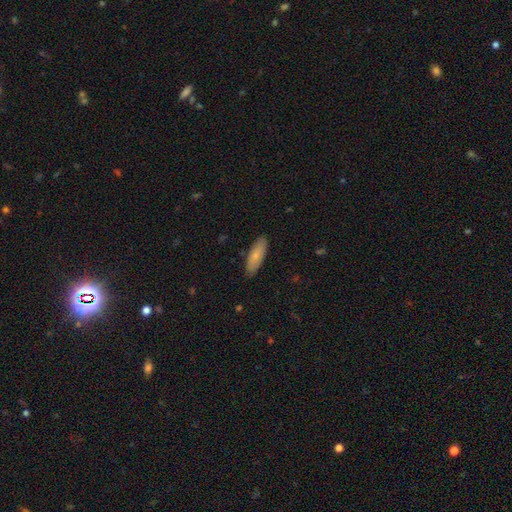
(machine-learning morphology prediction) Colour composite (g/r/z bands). It shows a smooth galaxy with no disk features (75%) that is in between round and cigar-shaped (65%). Merging: none (85%).